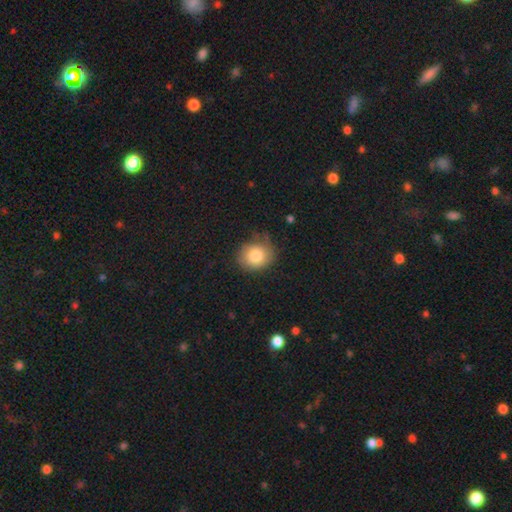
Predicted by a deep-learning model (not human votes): Q: Smooth or featured?
A: smooth (82%); runner-up: featured or disk (10%)
Q: How rounded?
A: round (73%); runner-up: in between (26%)
Q: Merging?
A: none (68%); runner-up: minor disturbance (24%)